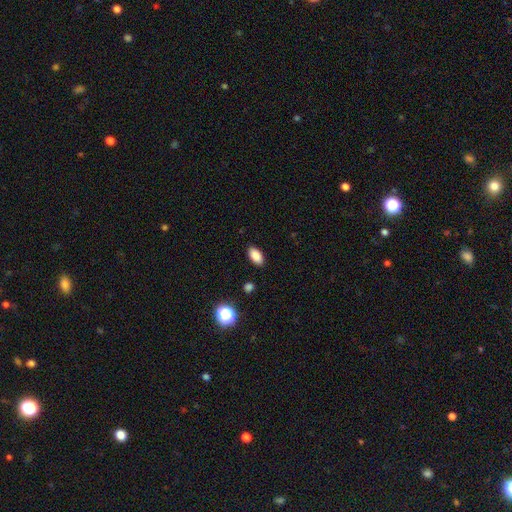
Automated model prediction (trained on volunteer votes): smooth_or_featured: smooth (p=0.86) [alt: star or artifact p=0.09]
how_rounded: in between (p=0.92) [alt: round p=0.04]
merging: none (p=0.89) [alt: minor disturbance p=0.08]